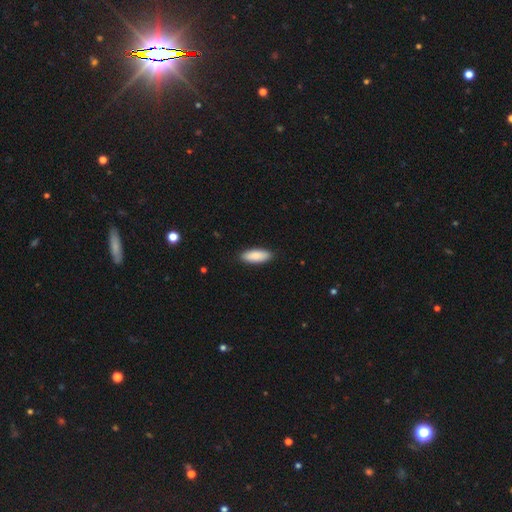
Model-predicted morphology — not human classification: Smooth or featured? smooth (88%)
How rounded? in between (69%)
Merging? none (89%)